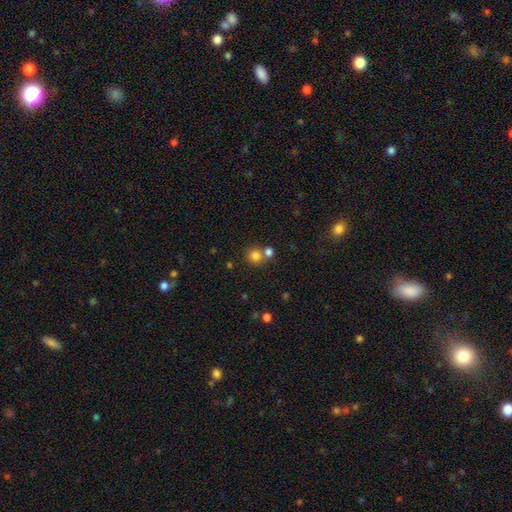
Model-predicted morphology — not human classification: Smooth or featured?
  - smooth: 80% *
  - star or artifact: 14%
  - featured or disk: 7%
How rounded?
  - round: 90% *
  - in between: 9%
  - cigar-shaped: 1%
Merging?
  - none: 60% *
  - merger: 31%
  - minor disturbance: 6%
  - major disturbance: 3%